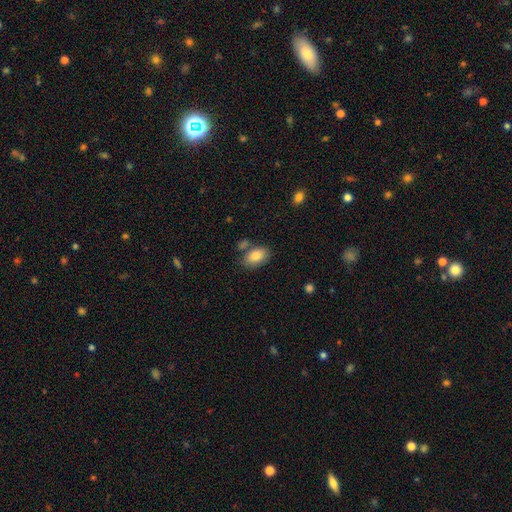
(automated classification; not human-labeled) This is clearly a smooth galaxy (85%). How rounded: clearly in between (90%). Merging: likely none (69%).